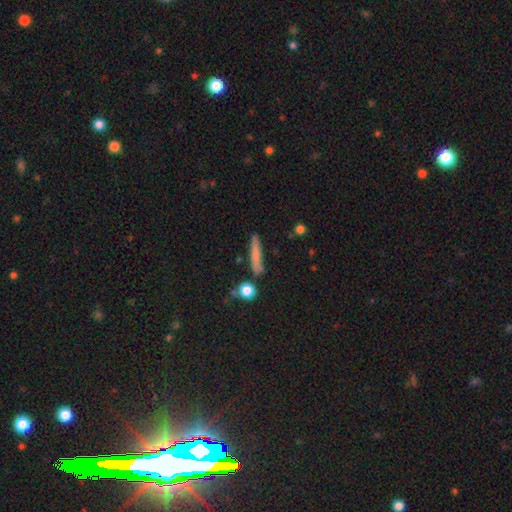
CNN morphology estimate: A smooth galaxy with no disk features (71%) that is cigar-shaped (90%). Merging: none (77%).